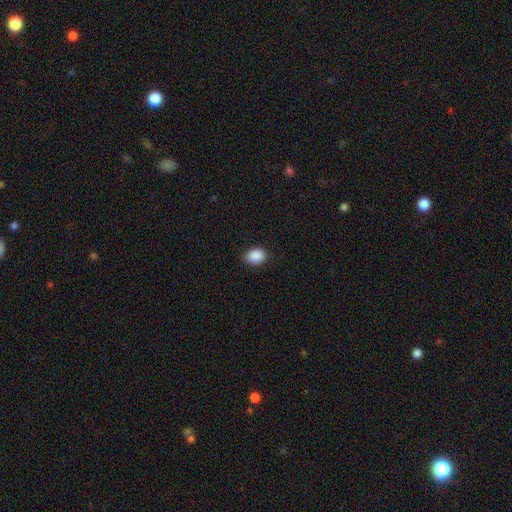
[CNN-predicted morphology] smooth 90%, star or artifact 8%, featured or disk 3%. Down the decision tree: how rounded — in between (74%); merging — none (85%).